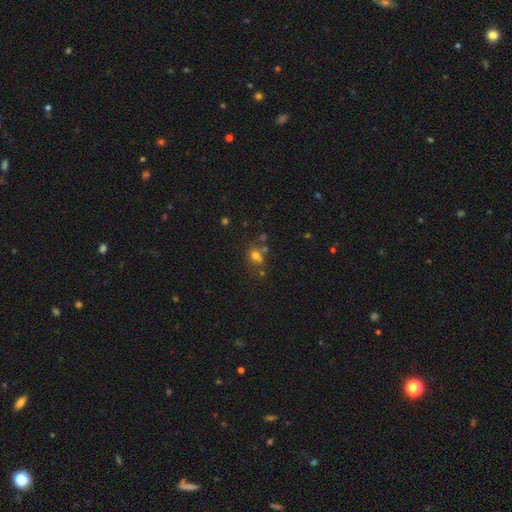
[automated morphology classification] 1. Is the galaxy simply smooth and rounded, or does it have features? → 63% smooth, 22% star or artifact, 15% featured or disk.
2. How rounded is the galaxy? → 64% round, 35% in between, 1% cigar-shaped.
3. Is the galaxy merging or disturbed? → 51% none, 29% merger, 14% minor disturbance, 6% major disturbance.